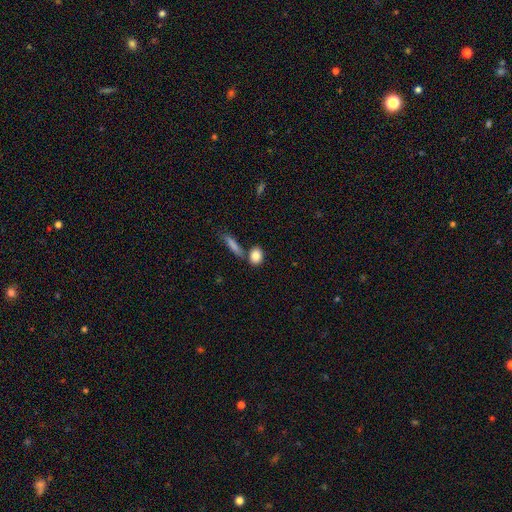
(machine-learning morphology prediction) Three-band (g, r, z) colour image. It shows a smooth galaxy with no disk features (85%) that is in between round and cigar-shaped (54%). Merging: none (68%).